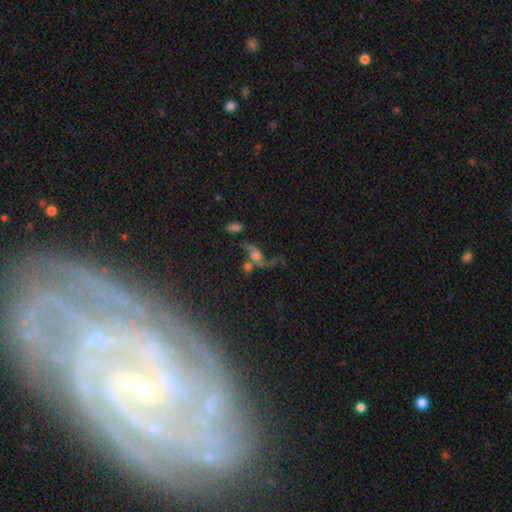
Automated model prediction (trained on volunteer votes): featured or disk 63%, smooth 20%, star or artifact 17%. Down the decision tree: edge-on disk — no (91%); bar — no (69%); spiral arms — yes (84%); bulge size — moderate (40%); merging — none (35%).